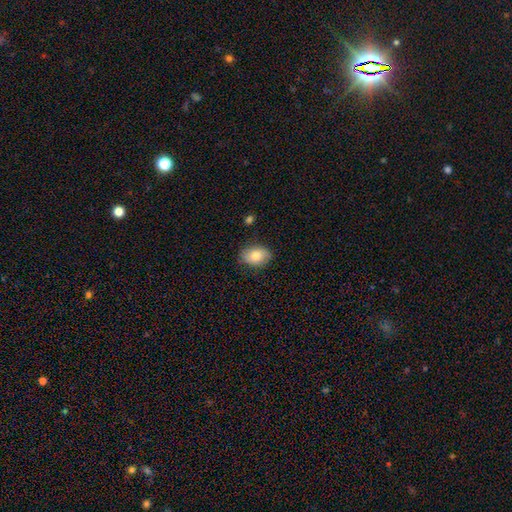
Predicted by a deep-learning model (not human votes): This is likely a smooth galaxy (79%). How rounded: clearly in between (81%). Merging: clearly none (82%).